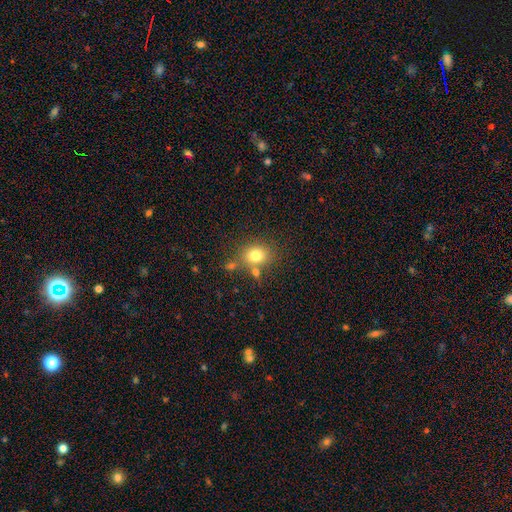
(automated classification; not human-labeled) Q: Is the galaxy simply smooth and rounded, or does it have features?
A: smooth — 77%.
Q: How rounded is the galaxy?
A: round — 56%.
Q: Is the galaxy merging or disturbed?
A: none — 66%.